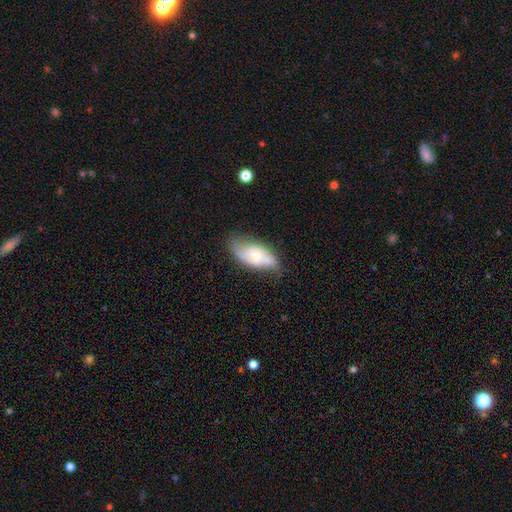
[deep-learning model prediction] Overall: featured or disk (57%; smooth 36%). Edge-on disk: no (91%). Bar: no (66%; weak 28%). Spiral arms: yes (81%). Bulge size: moderate (56%; small 34%). Merging: none (61%; minor disturbance 27%).